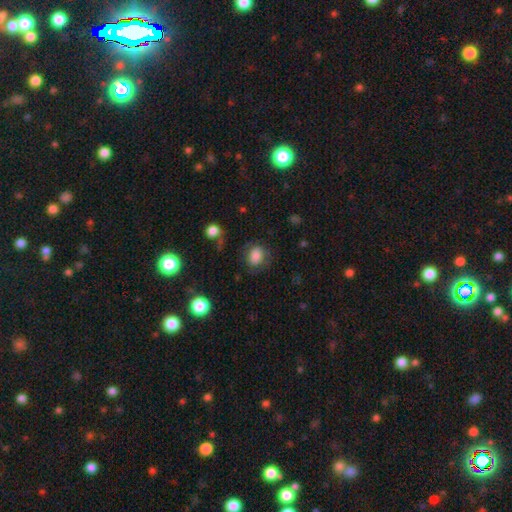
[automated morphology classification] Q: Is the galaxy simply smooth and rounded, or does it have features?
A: smooth — 80%.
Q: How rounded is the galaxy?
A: round — 51%.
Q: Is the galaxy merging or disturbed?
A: none — 70%.